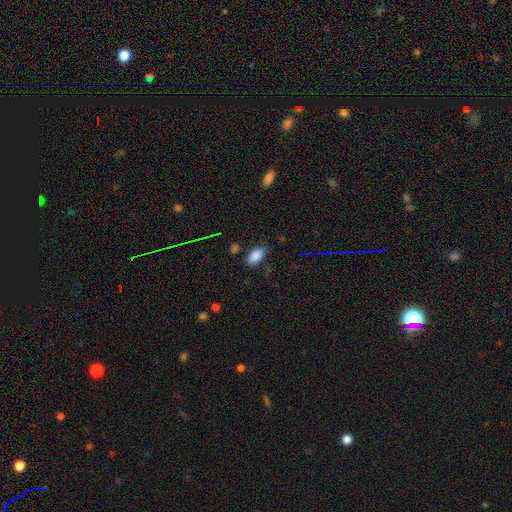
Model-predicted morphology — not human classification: smooth 85%, star or artifact 9%, featured or disk 6%. Down the decision tree: how rounded — in between (91%); merging — none (77%).